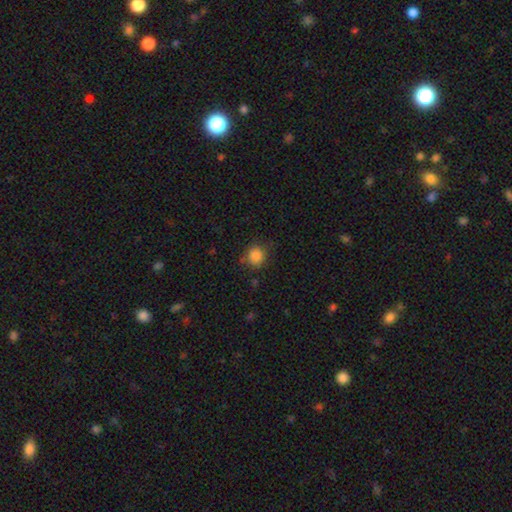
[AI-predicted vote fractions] Smooth or featured?
  - smooth: 86% *
  - star or artifact: 11%
  - featured or disk: 4%
How rounded?
  - round: 89% *
  - in between: 10%
  - cigar-shaped: 1%
Merging?
  - none: 79% *
  - minor disturbance: 15%
  - major disturbance: 4%
  - merger: 2%